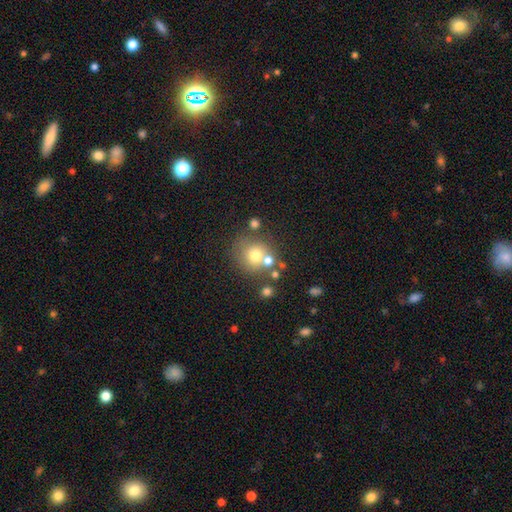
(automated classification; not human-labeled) A smooth galaxy with no disk features (69%) that is round (85%).

Vote fractions:
- Smooth or featured? smooth: 69% / featured or disk: 17% / star or artifact: 14%
- How rounded? round: 85% / in between: 14% / cigar-shaped: 1%
- Merging? none: 58% / merger: 24% / minor disturbance: 12% / major disturbance: 6%